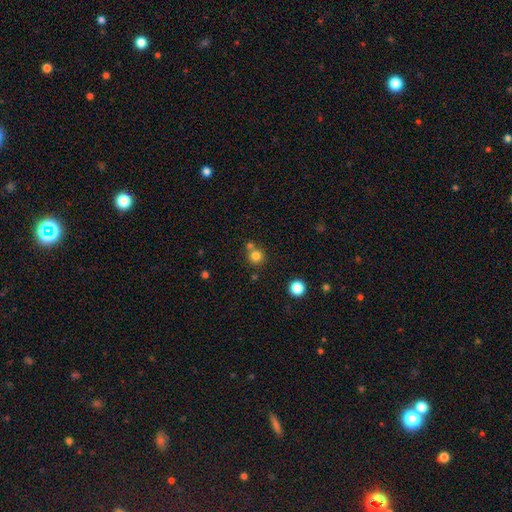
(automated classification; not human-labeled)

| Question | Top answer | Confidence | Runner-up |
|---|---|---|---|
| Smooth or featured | smooth | 79% | star or artifact (13%) |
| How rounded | round | 92% | in between (7%) |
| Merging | none | 64% | merger (25%) |